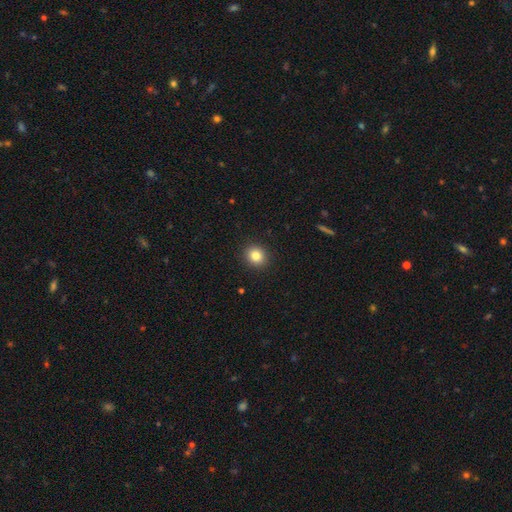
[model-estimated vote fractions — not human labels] The model was most divided on "how rounded": round: 80%, in between: 19%, cigar-shaped: 1%. More confident: merging — none (92%); smooth or featured — smooth (83%).